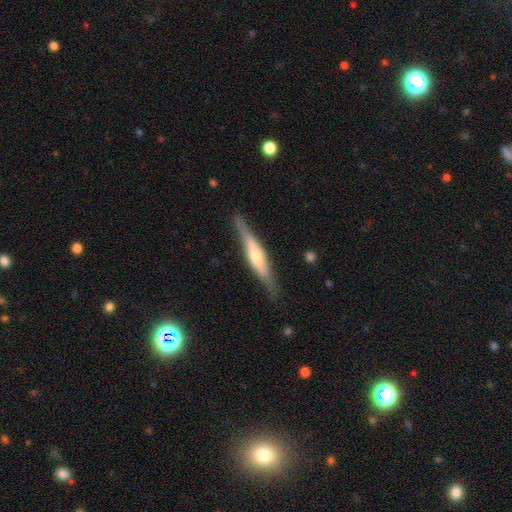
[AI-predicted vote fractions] Overall: featured or disk (64%; smooth 31%). Edge-on disk: yes (94%). Edge-on bulge: rounded (75%). Merging: none (84%).